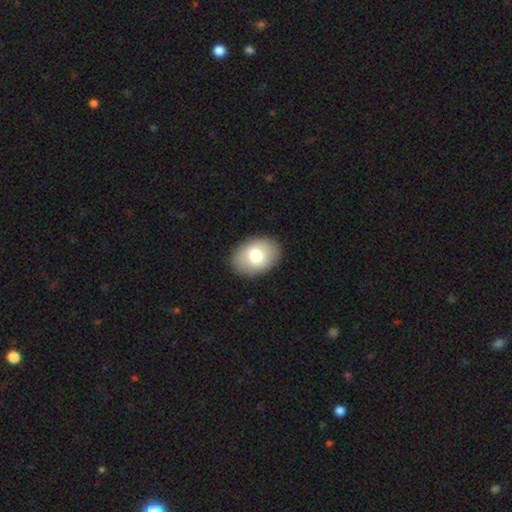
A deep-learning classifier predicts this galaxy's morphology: A smooth galaxy with no disk features (77%) that is in between round and cigar-shaped (79%). Merging: none (88%).